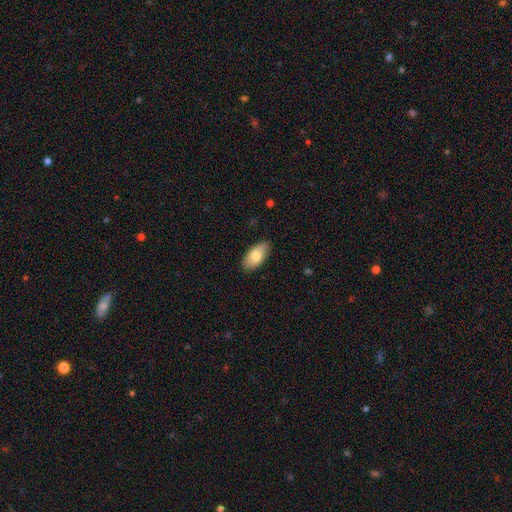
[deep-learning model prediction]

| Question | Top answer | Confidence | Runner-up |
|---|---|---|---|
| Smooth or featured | smooth | 78% | featured or disk (16%) |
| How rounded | in between | 92% | cigar-shaped (5%) |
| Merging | none | 87% | minor disturbance (10%) |